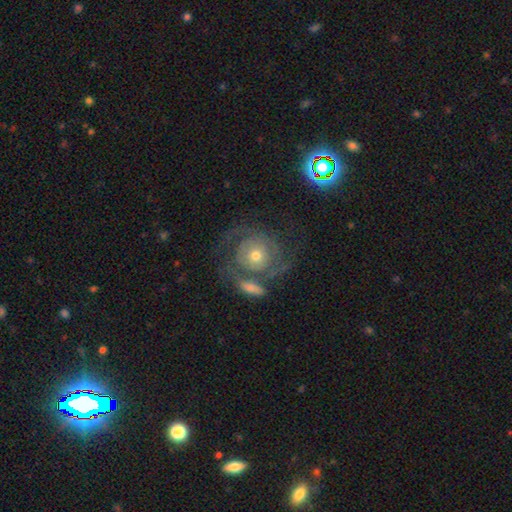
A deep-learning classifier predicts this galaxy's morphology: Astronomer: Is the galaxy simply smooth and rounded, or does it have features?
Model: featured or disk — 73%.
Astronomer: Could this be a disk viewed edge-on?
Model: no — 97%.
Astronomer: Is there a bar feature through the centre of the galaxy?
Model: no — 83%.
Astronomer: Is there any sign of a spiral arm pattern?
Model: yes — 82%.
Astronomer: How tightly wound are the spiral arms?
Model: tight — 59%.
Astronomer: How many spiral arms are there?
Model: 2 — 48% (runner-up: can't tell, 29%).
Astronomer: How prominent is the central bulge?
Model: moderate — 56% (runner-up: small, 36%).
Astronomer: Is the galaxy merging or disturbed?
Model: none — 50%.